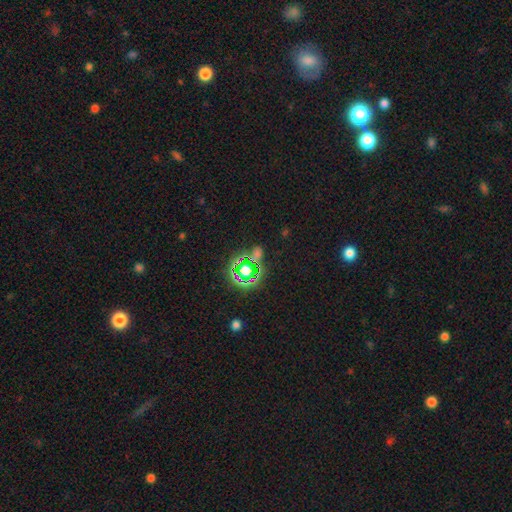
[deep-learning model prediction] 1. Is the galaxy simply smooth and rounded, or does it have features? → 71% star or artifact, 21% smooth, 8% featured or disk.